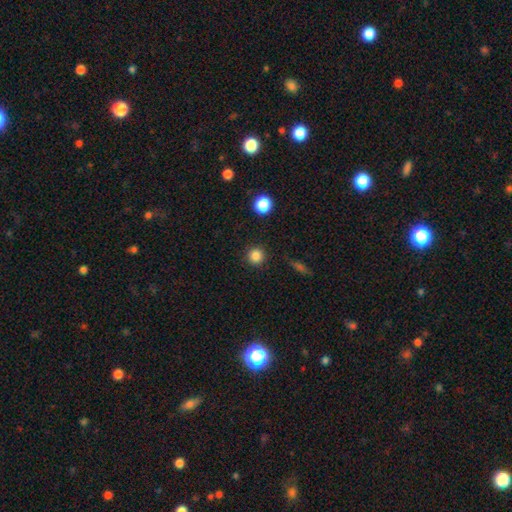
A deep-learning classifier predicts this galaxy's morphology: Smooth or featured? Predicted: smooth (p=0.85). How rounded? Predicted: round (p=0.95). Merging? Predicted: none (p=0.91).